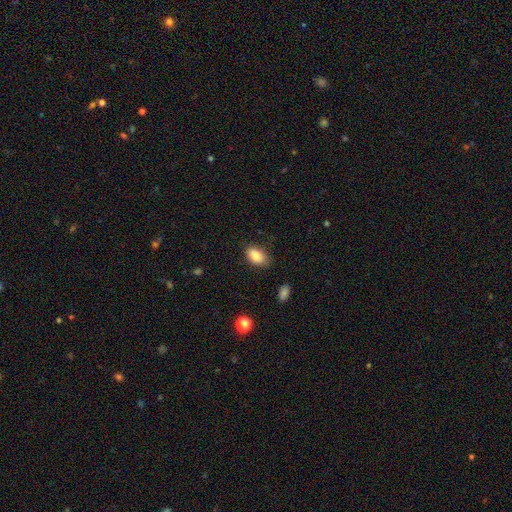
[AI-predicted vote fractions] Q: Smooth or featured?
A: smooth (86%); runner-up: star or artifact (8%)
Q: How rounded?
A: in between (92%); runner-up: round (6%)
Q: Merging?
A: none (79%); runner-up: minor disturbance (16%)